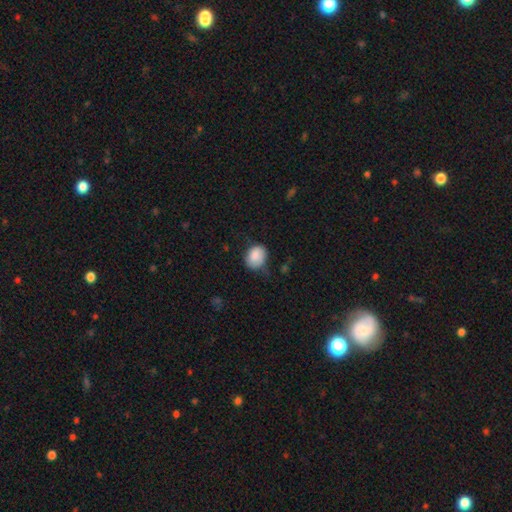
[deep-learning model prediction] Smooth or featured: smooth — 86% (star or artifact — 7%)
How rounded: in between — 53% (round — 46%)
Merging: none — 61% (minor disturbance — 30%)